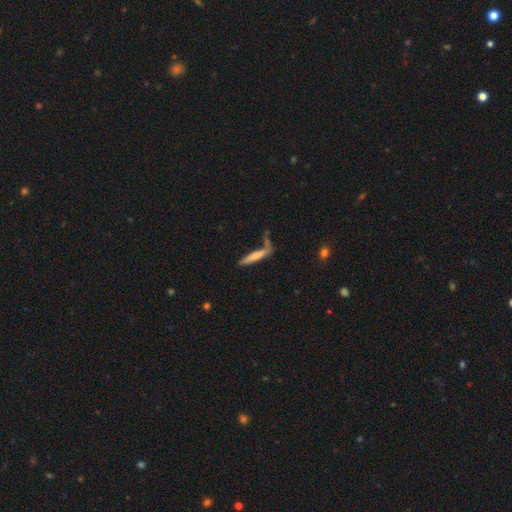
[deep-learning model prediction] smooth-or-featured: smooth: 63% | featured or disk: 30% | star or artifact: 7%
  how-rounded: cigar-shaped: 89% | in between: 9% | round: 2%
  merging: none: 60% | minor disturbance: 19% | merger: 13% | major disturbance: 7%